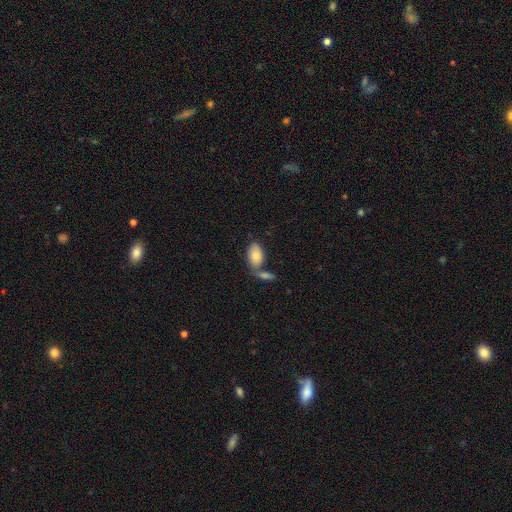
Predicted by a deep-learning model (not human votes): This appears to be a smooth galaxy with no disk features (80%) that is in between round and cigar-shaped (94%). Merging: none (45%).